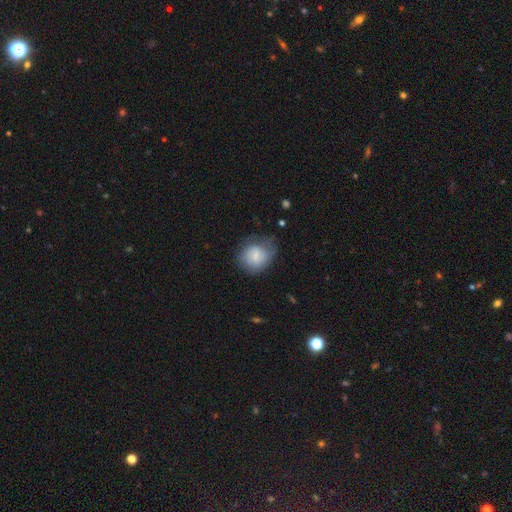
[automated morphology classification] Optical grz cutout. It shows a smooth galaxy with no disk features (71%) that is round (70%). Merging: none (55%).